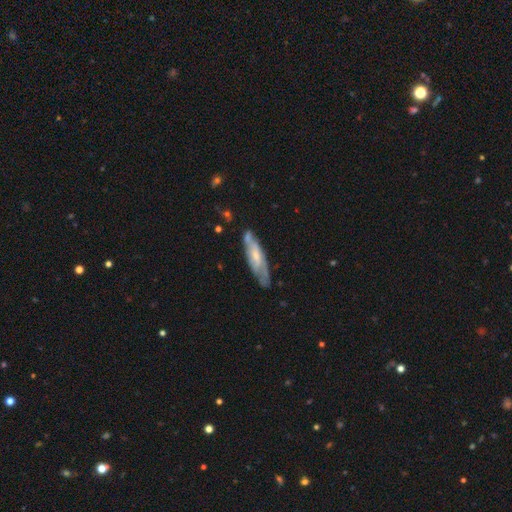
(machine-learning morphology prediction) Smooth or featured? featured or disk (60%)
Edge-on disk? no (62%)
Merging? none (58%)